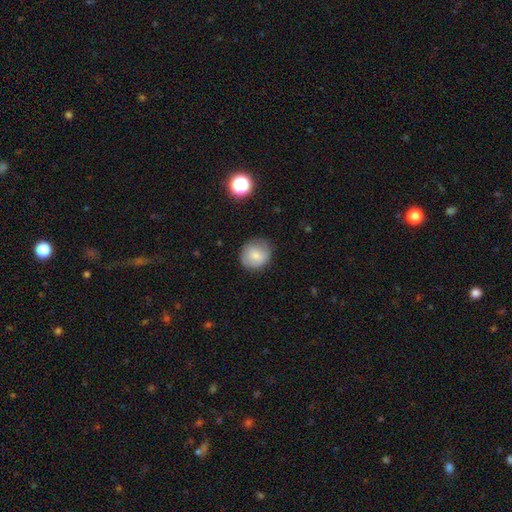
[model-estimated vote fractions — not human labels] smooth 79%, featured or disk 11%, star or artifact 9%. Down the decision tree: how rounded — round (82%); merging — none (79%).